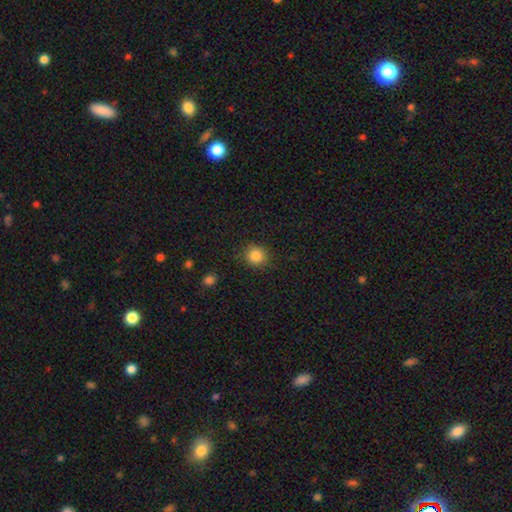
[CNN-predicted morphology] smooth 85%, star or artifact 11%, featured or disk 4%. Down the decision tree: how rounded — round (87%); merging — none (88%).